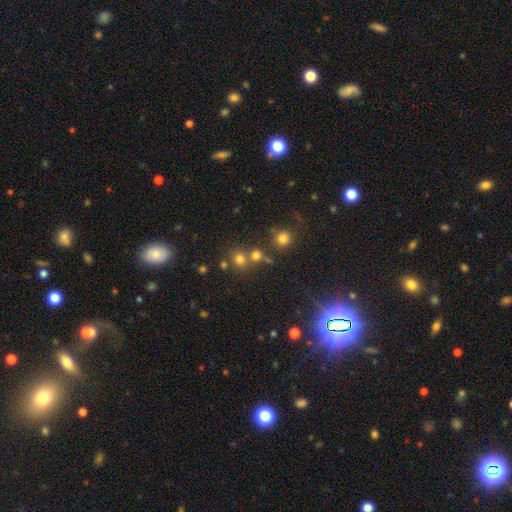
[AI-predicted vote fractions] Morphology: type=smooth (71%); roundness=round (85%); merging=none (61%).